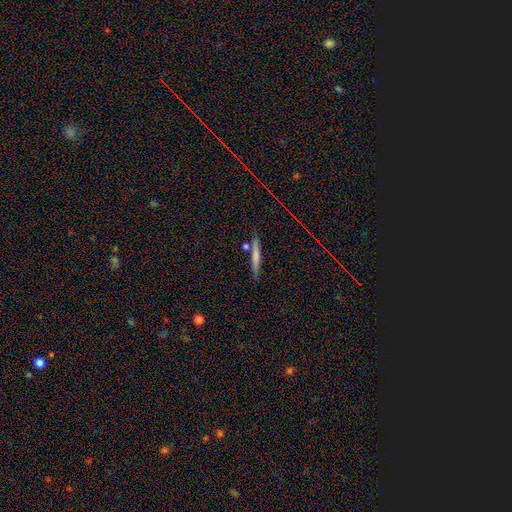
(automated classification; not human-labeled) Overall: smooth (61%; featured or disk 29%). How rounded: cigar-shaped (94%). Merging: none (81%).